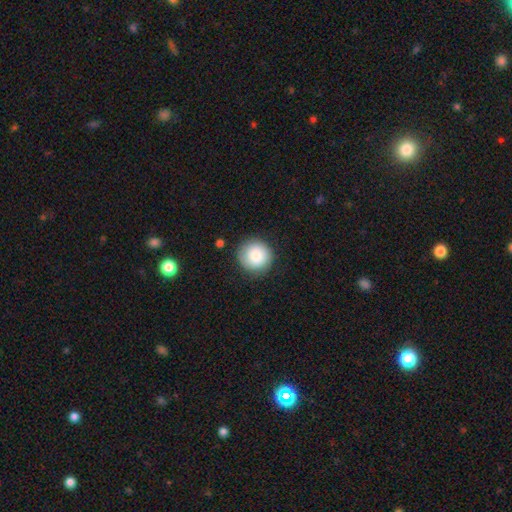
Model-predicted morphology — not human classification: This appears to be a smooth galaxy with no disk features (84%) that is round (94%). Merging: none (86%).